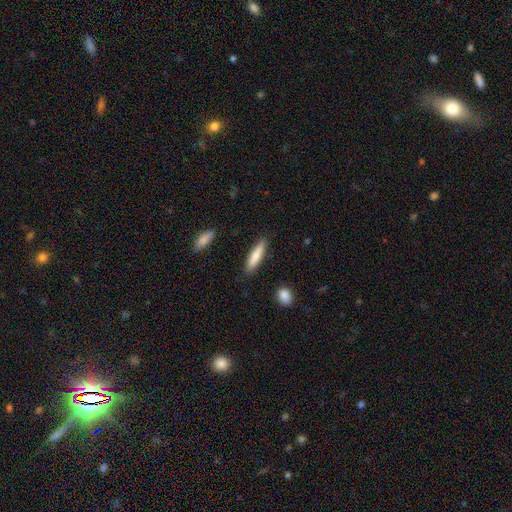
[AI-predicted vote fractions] Q: Smooth or featured?
A: smooth (80%); runner-up: featured or disk (15%)
Q: How rounded?
A: cigar-shaped (80%); runner-up: in between (19%)
Q: Merging?
A: none (88%); runner-up: minor disturbance (9%)